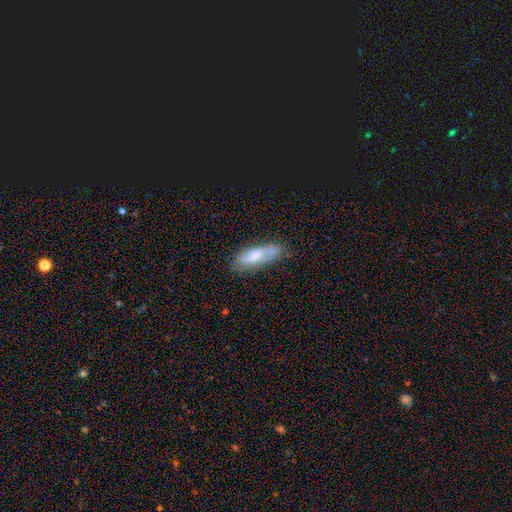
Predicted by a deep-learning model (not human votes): smooth 68%, featured or disk 25%, star or artifact 7%. Down the decision tree: how rounded — in between (53%); merging — none (66%).